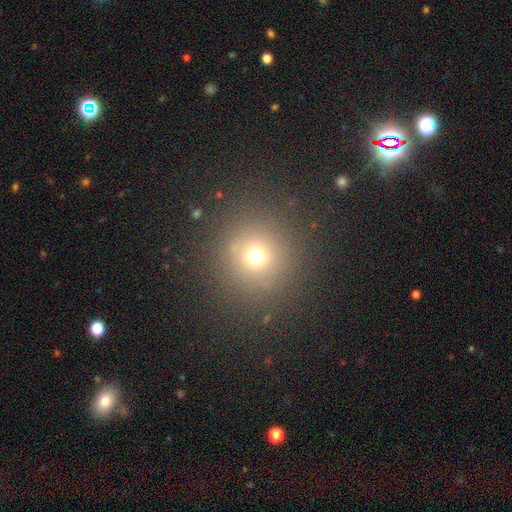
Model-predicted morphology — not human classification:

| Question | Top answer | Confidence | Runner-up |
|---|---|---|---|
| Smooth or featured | smooth | 68% | star or artifact (22%) |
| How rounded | round | 93% | in between (6%) |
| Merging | none | 86% | minor disturbance (8%) |